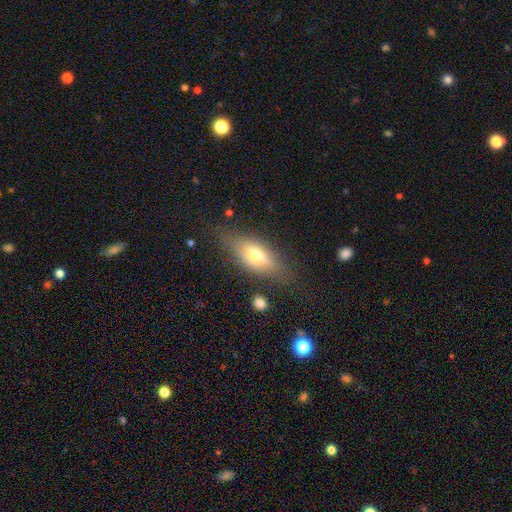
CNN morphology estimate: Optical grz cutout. It shows a smooth galaxy with no disk features (49%). Merging: none (73%).